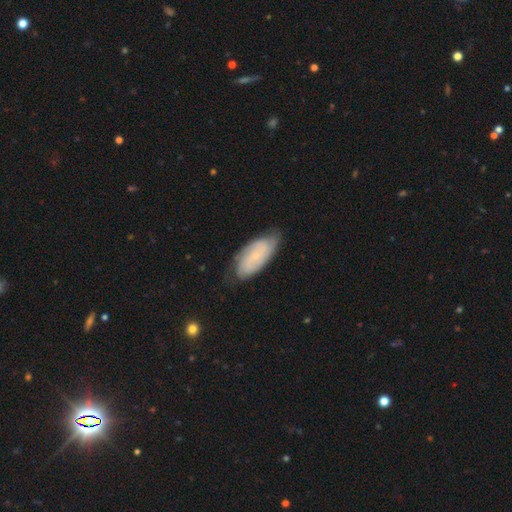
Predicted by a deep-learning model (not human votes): A featured or disk galaxy (56%) with no bar (74%), spiral arms (87%) and a small central bulge (78%). Merging: none (69%).